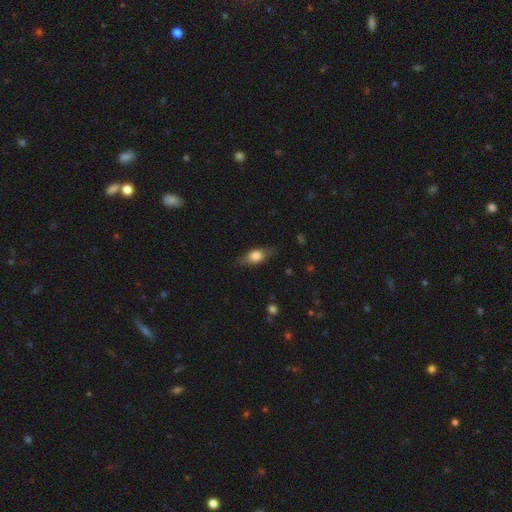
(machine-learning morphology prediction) This is likely a smooth galaxy (65%). How rounded: likely in between (74%). Merging: likely none (76%).